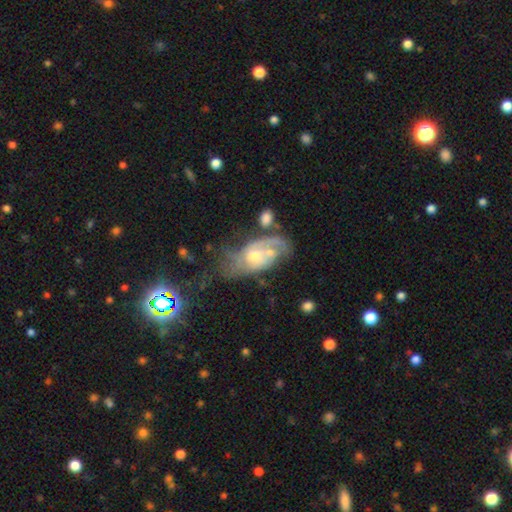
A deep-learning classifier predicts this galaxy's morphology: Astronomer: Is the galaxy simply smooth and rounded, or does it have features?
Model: featured or disk — 71%.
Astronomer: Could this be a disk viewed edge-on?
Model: no — 94%.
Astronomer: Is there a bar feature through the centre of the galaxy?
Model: no — 70%.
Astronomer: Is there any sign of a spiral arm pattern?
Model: yes — 82%.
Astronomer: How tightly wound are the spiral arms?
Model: medium — 41% (runner-up: tight, 35%).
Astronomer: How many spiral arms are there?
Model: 2 — 41% (runner-up: can't tell, 32%).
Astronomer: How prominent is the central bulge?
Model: moderate — 49% (runner-up: small, 42%).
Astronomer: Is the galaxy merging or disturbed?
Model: none — 36% (runner-up: major disturbance, 24%).